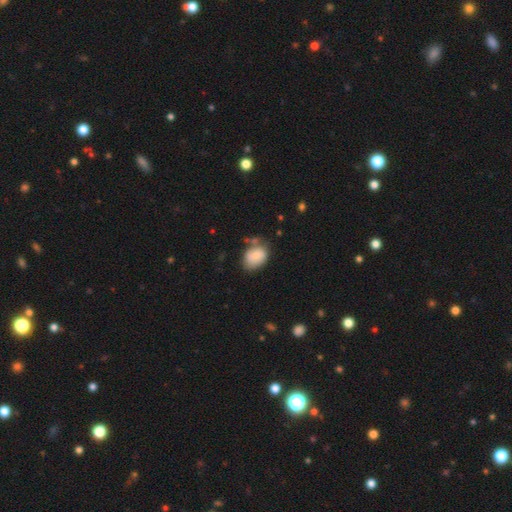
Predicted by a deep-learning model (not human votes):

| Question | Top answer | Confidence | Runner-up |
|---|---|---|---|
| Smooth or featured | smooth | 76% | featured or disk (17%) |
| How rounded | in between | 74% | round (25%) |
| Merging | none | 54% | minor disturbance (28%) |